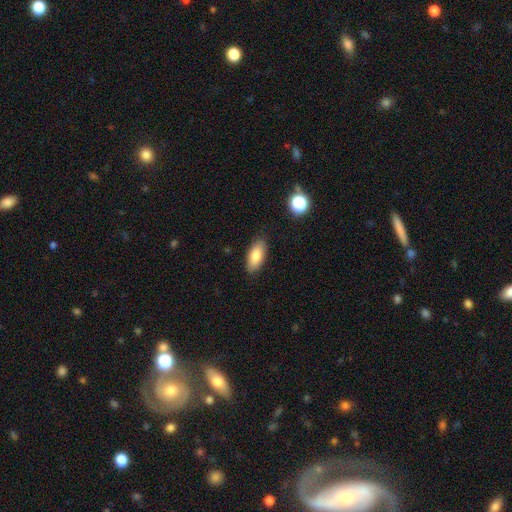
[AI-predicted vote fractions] A smooth galaxy with no disk features (82%) that is in between round and cigar-shaped (86%). Merging: none (86%).